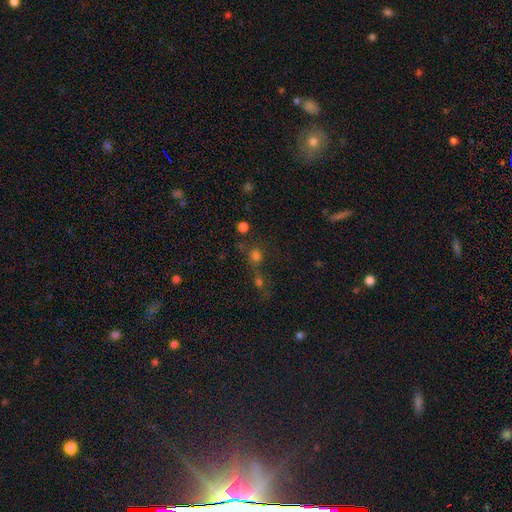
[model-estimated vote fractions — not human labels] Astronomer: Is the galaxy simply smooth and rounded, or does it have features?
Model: smooth — 57%.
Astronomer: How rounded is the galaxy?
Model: round — 82%.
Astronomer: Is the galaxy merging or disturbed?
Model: none — 46% (runner-up: merger, 39%).